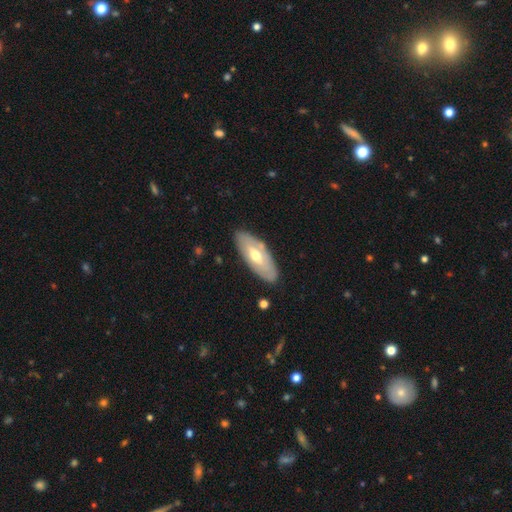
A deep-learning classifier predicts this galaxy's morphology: Smooth or featured: featured or disk — 54% (smooth — 41%)
Edge-on disk: no — 76% (yes — 24%)
Merging: none — 84% (minor disturbance — 11%)